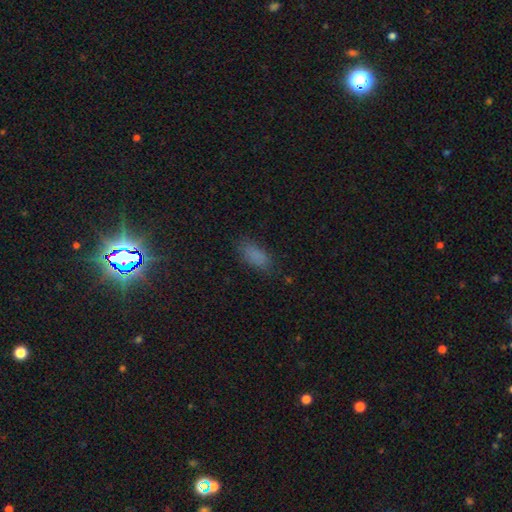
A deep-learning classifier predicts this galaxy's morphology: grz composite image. It shows a smooth galaxy with no disk features (81%) that is in between round and cigar-shaped (86%). Merging: none (77%).